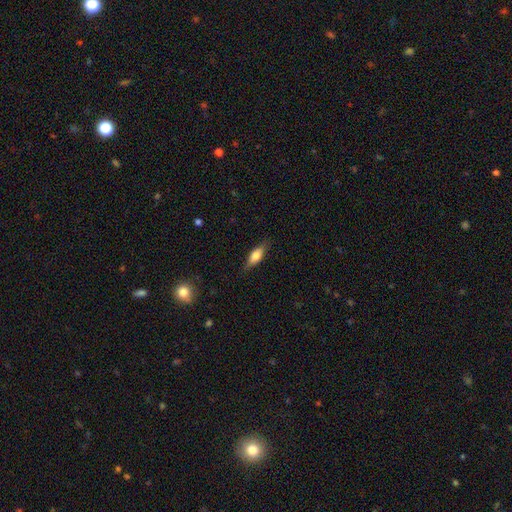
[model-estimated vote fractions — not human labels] A smooth galaxy with no disk features (59%) that is in between round and cigar-shaped (60%). Merging: none (82%).